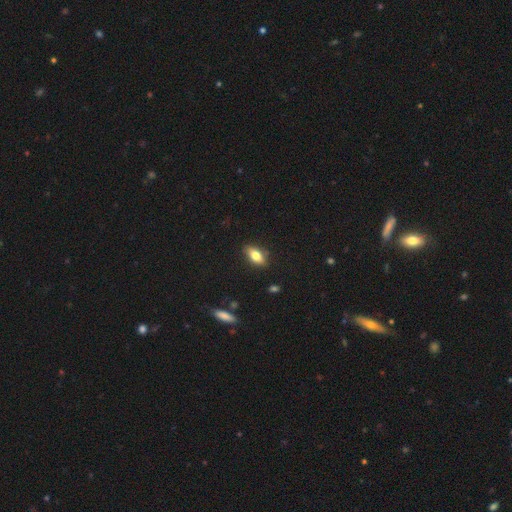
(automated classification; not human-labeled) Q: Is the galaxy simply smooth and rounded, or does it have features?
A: smooth — 73%.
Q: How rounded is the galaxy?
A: in between — 84%.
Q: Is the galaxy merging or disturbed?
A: none — 84%.